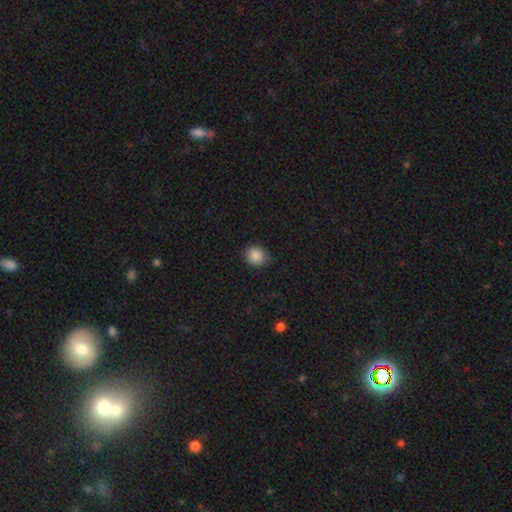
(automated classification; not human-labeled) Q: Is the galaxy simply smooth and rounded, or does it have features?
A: smooth — 87%.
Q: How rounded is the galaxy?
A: round — 88%.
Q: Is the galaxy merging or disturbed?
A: none — 85%.